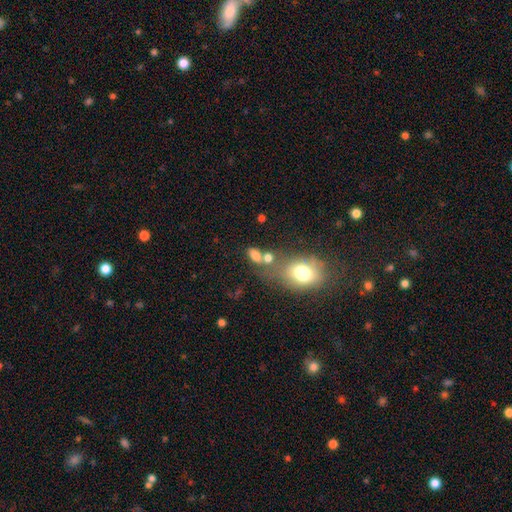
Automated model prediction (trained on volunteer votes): Smooth or featured? Predicted: smooth (p=0.74). How rounded? Predicted: in between (p=0.75). Merging? Predicted: none (p=0.42).